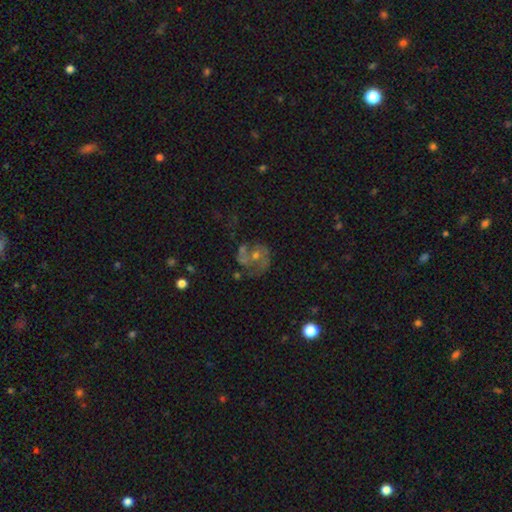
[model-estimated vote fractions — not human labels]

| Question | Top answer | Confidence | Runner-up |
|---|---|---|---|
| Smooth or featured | featured or disk | 61% | smooth (23%) |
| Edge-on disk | no | 98% | yes (2%) |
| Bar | no | 79% | weak (17%) |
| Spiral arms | yes | 65% | no (35%) |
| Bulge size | small | 45% | moderate (39%) |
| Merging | none | 38% | major disturbance (25%) |